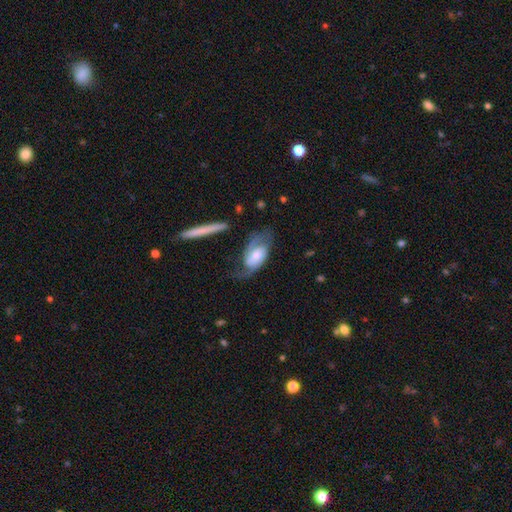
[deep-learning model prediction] Smooth or featured? Predicted: featured or disk (p=0.73). Edge-on disk? Predicted: no (p=0.94). Bar? Predicted: no (p=0.52). Spiral arms? Predicted: yes (p=0.93). Spiral winding? Predicted: medium (p=0.47). Spiral arm count? Predicted: 2 (p=0.82). Bulge size? Predicted: moderate (p=0.45). Merging? Predicted: none (p=0.48).